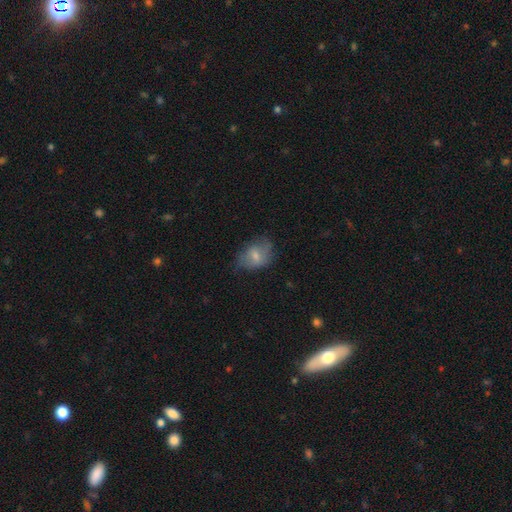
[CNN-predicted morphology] Smooth or featured?
  - smooth: 63% *
  - featured or disk: 30%
  - star or artifact: 8%
How rounded?
  - in between: 75% *
  - round: 24%
  - cigar-shaped: 1%
Merging?
  - none: 56% *
  - minor disturbance: 30%
  - major disturbance: 13%
  - merger: 1%